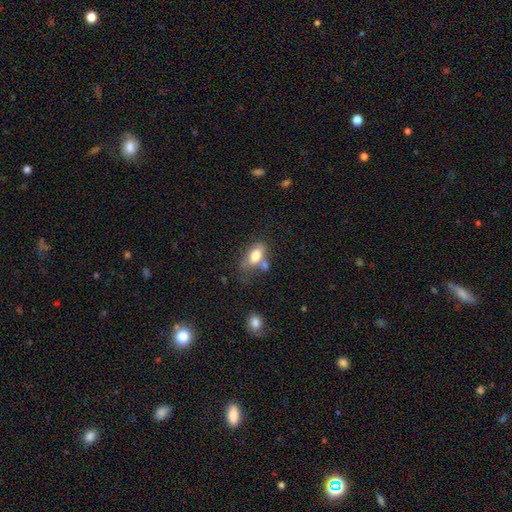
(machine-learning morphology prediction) A smooth galaxy with no disk features (75%) that is in between round and cigar-shaped (86%).

Vote fractions:
- Smooth or featured? smooth: 75% / featured or disk: 17% / star or artifact: 8%
- How rounded? in between: 86% / round: 7% / cigar-shaped: 6%
- Merging? none: 44% / merger: 25% / minor disturbance: 21% / major disturbance: 10%